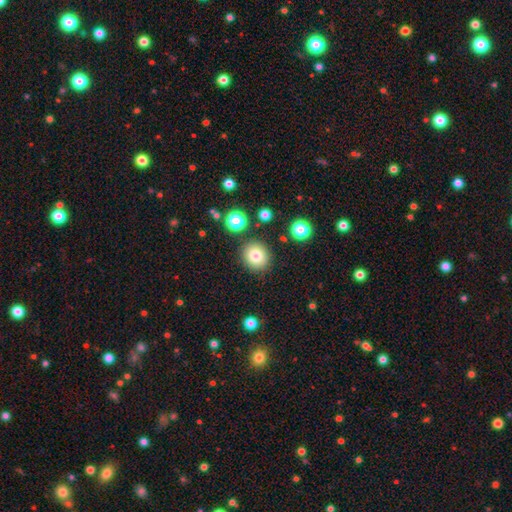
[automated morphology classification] Q: Smooth or featured?
A: smooth (80%); runner-up: star or artifact (12%)
Q: How rounded?
A: round (86%); runner-up: in between (13%)
Q: Merging?
A: none (87%); runner-up: minor disturbance (8%)